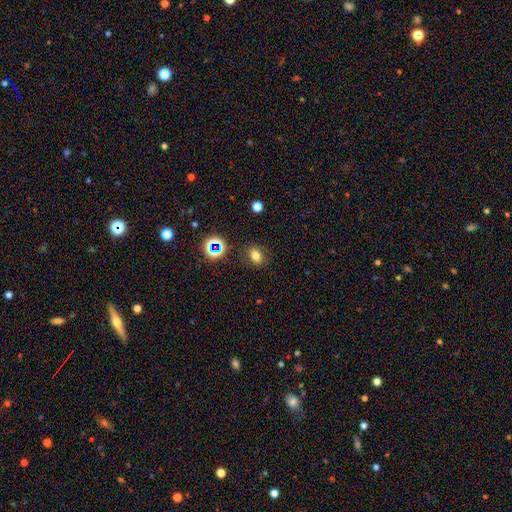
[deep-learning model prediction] smooth-or-featured: smooth: 74% | star or artifact: 18% | featured or disk: 8%
  how-rounded: in between: 60% | round: 38% | cigar-shaped: 1%
  merging: none: 85% | minor disturbance: 10% | major disturbance: 3% | merger: 2%